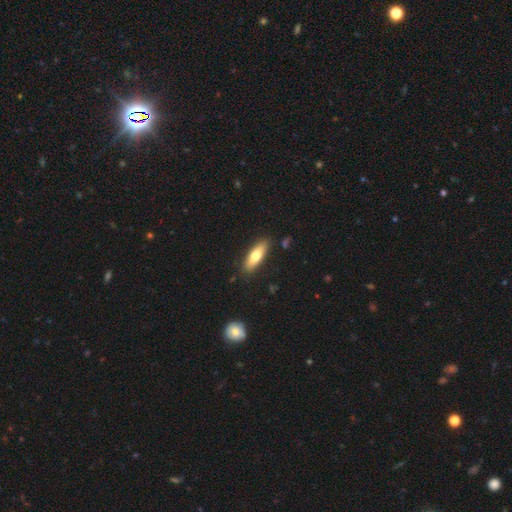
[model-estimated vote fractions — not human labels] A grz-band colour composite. It shows a smooth galaxy with no disk features (68%) that is in between round and cigar-shaped (53%). Merging: none (87%).